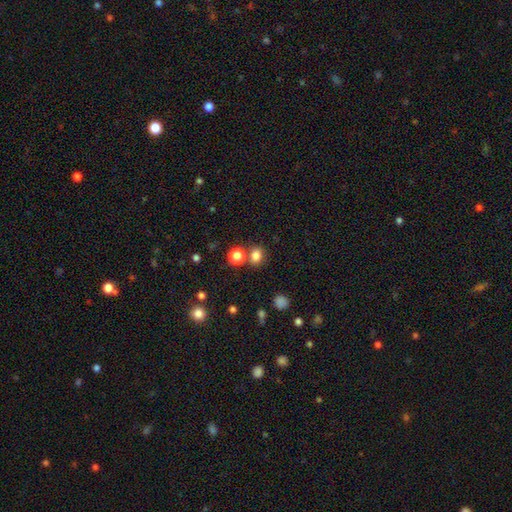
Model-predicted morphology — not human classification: smooth-or-featured: smooth: 81% | star or artifact: 14% | featured or disk: 5%
  how-rounded: round: 55% | in between: 44% | cigar-shaped: 1%
  merging: none: 71% | merger: 16% | minor disturbance: 10% | major disturbance: 3%